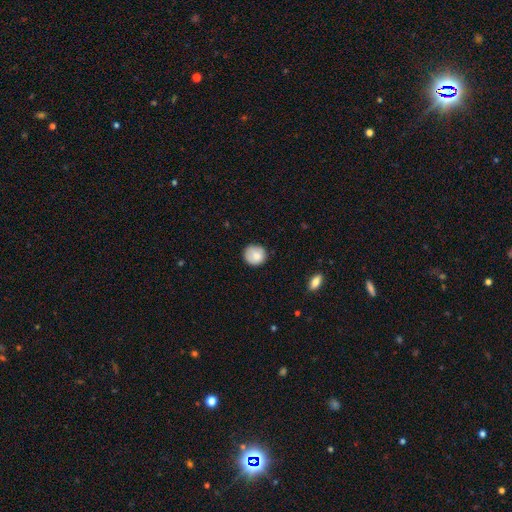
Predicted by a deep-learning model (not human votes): smooth-or-featured: smooth: 81% | featured or disk: 12% | star or artifact: 7%
  how-rounded: round: 86% | in between: 13% | cigar-shaped: 1%
  merging: none: 77% | minor disturbance: 18% | major disturbance: 4% | merger: 1%